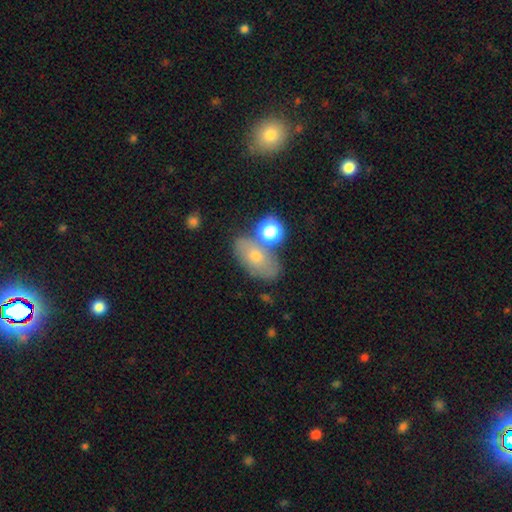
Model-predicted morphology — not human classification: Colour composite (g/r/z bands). It shows a smooth galaxy with no disk features (60%) that is in between round and cigar-shaped (81%). Merging: none (59%).